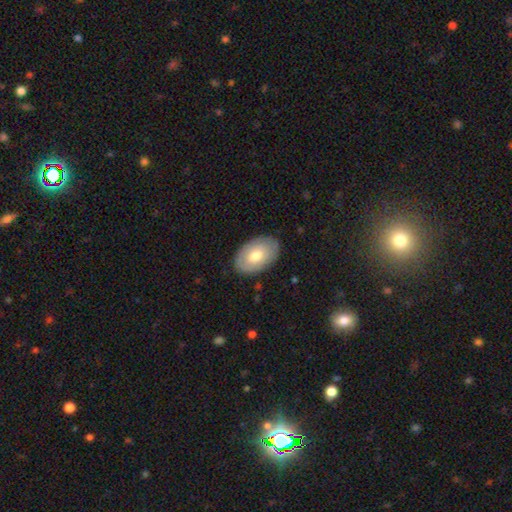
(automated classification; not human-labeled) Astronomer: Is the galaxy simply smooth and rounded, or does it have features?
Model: smooth — 65%.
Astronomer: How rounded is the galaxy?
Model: in between — 92%.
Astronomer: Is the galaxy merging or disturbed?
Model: none — 86%.